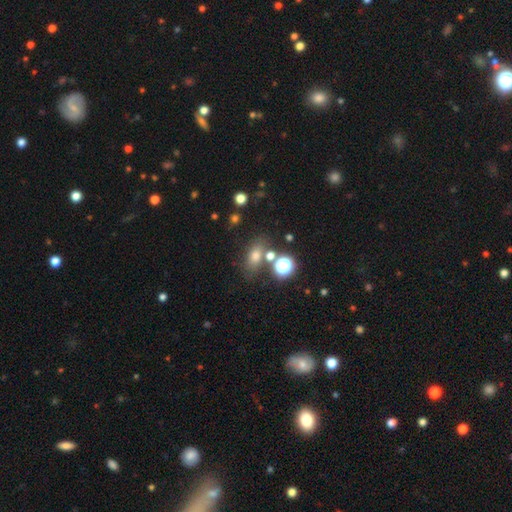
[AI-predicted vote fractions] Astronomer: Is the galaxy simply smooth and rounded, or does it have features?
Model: smooth — 67%.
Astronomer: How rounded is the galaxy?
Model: in between — 69%.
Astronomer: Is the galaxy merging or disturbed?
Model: none — 67%.